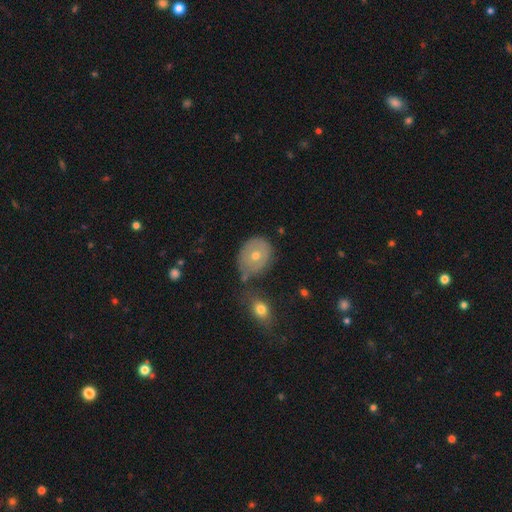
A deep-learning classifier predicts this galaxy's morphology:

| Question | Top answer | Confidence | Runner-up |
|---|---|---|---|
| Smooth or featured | smooth | 52% | featured or disk (38%) |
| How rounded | round | 51% | in between (48%) |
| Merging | none | 62% | minor disturbance (21%) |